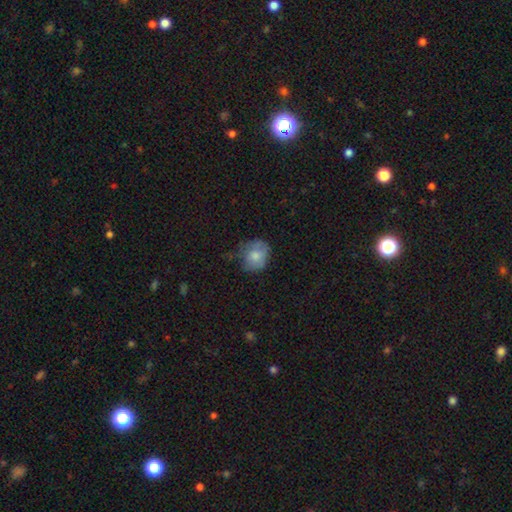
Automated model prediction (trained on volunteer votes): A smooth galaxy with no disk features (72%) that is round (68%).

Vote fractions:
- Smooth or featured? smooth: 72% / featured or disk: 20% / star or artifact: 8%
- How rounded? round: 68% / in between: 31% / cigar-shaped: 1%
- Merging? none: 52% / minor disturbance: 32% / major disturbance: 14% / merger: 2%